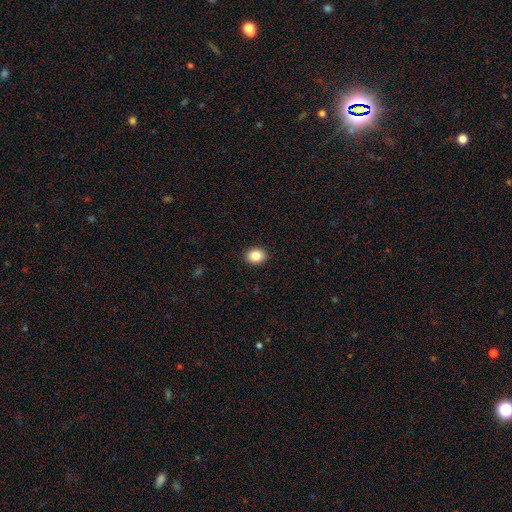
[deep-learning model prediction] smooth-or-featured: smooth: 86% | star or artifact: 9% | featured or disk: 5%
  how-rounded: round: 57% | in between: 43% | cigar-shaped: 1%
  merging: none: 92% | minor disturbance: 6% | major disturbance: 2% | merger: 1%